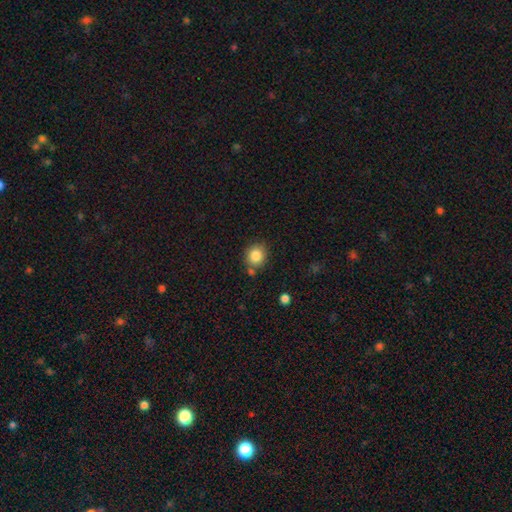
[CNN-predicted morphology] type=smooth (84%); roundness=round (78%); merging=none (76%).